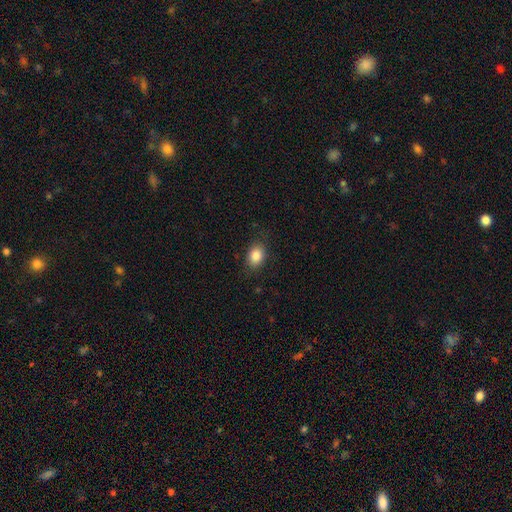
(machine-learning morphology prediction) Smooth or featured?
  - smooth: 85% *
  - star or artifact: 9%
  - featured or disk: 6%
How rounded?
  - in between: 69% *
  - round: 30%
  - cigar-shaped: 1%
Merging?
  - none: 84% *
  - minor disturbance: 12%
  - major disturbance: 3%
  - merger: 1%